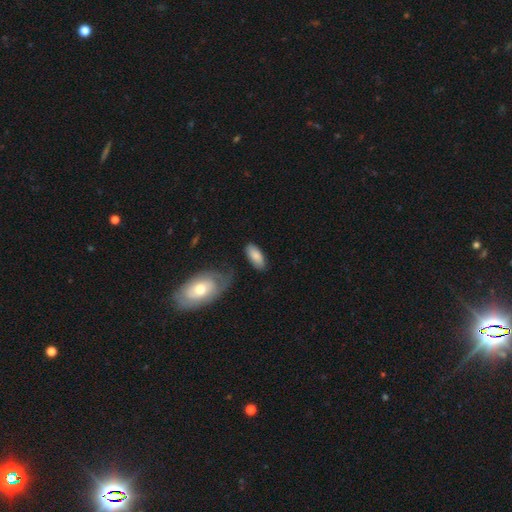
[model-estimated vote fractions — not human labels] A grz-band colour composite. It shows a smooth galaxy with no disk features (82%) that is in between round and cigar-shaped (86%). Merging: none (74%).